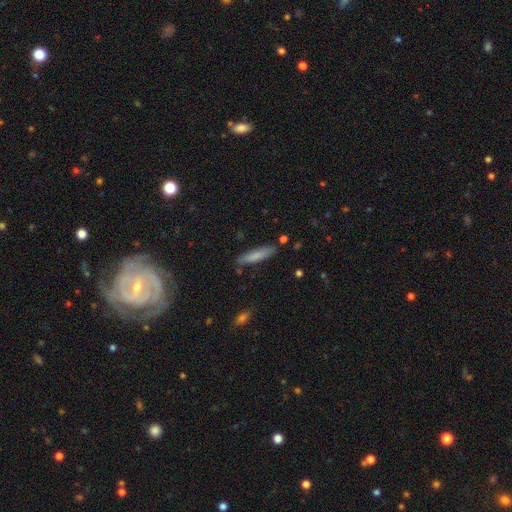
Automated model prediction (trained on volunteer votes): Morphology: type=smooth (79%); roundness=cigar-shaped (83%); merging=none (82%).